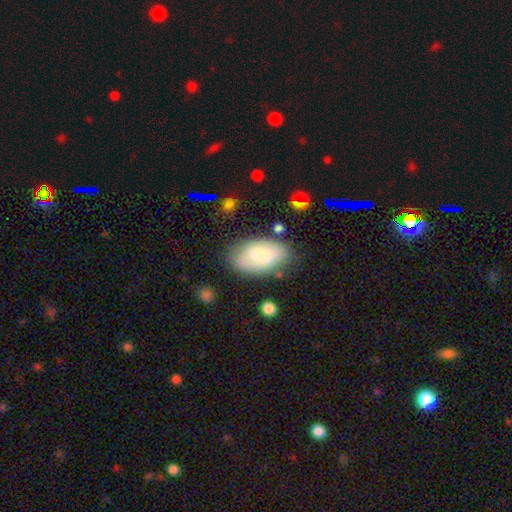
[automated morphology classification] Overall: smooth (63%; featured or disk 27%). How rounded: in between (93%). Merging: none (71%).